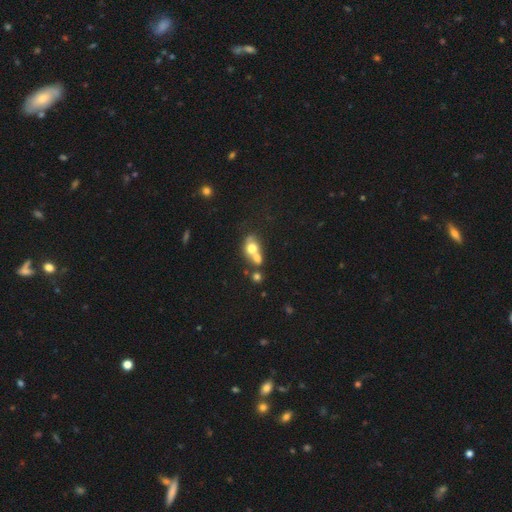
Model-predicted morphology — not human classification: A smooth galaxy with no disk features (61%) that is round (55%). Merging: merger (62%).